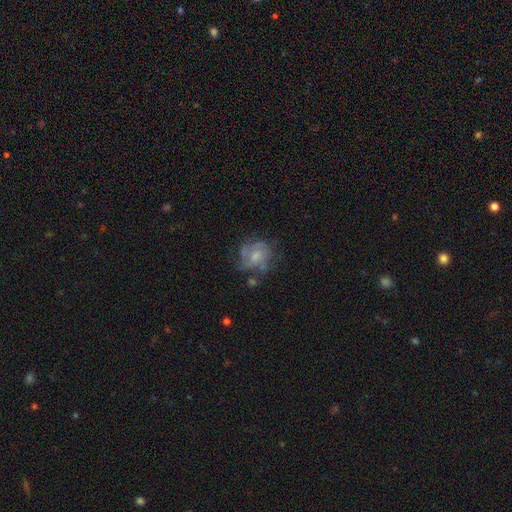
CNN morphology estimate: Smooth or featured?
  - featured or disk: 58% *
  - smooth: 33%
  - star or artifact: 10%
Edge-on disk?
  - no: 98% *
  - yes: 2%
Bar?
  - no: 70% *
  - weak: 27%
  - strong: 4%
Spiral arms?
  - yes: 57% *
  - no: 43%
Bulge size?
  - small: 43% *
  - moderate: 36%
  - none: 16%
  - large: 4%
  - dominant: 1%
Merging?
  - none: 47% *
  - minor disturbance: 25%
  - major disturbance: 23%
  - merger: 5%